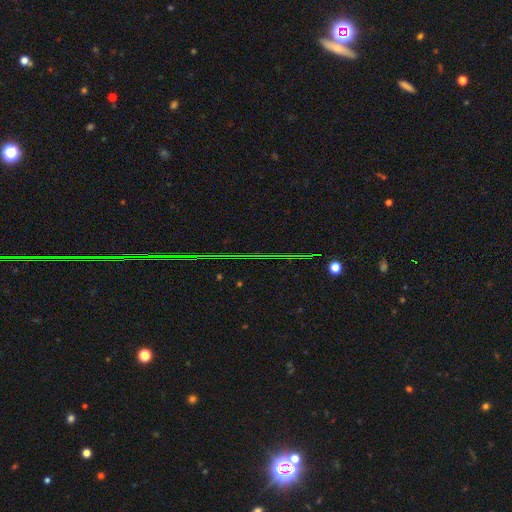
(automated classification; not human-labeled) Smooth or featured?
  - star or artifact: 83% *
  - smooth: 9%
  - featured or disk: 8%